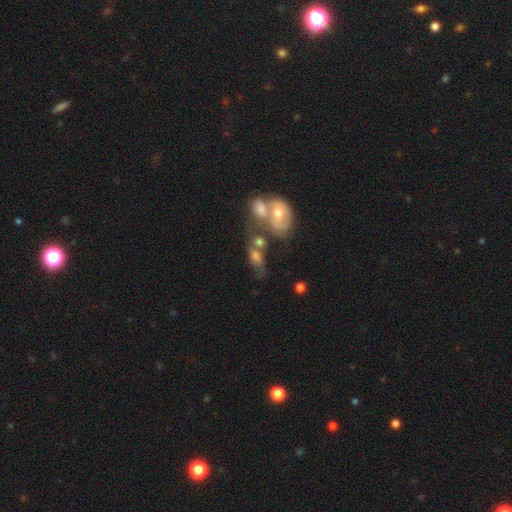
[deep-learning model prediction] Smooth or featured?
  - smooth: 45% *
  - featured or disk: 41%
  - star or artifact: 13%
Merging?
  - merger: 47% *
  - none: 24%
  - minor disturbance: 15%
  - major disturbance: 13%